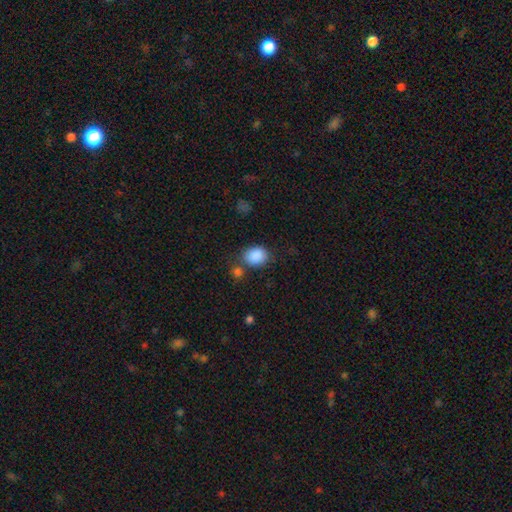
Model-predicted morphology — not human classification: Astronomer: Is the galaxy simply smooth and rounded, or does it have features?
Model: smooth — 88%.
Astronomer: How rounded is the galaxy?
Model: in between — 53% (runner-up: round, 46%).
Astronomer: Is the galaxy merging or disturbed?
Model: none — 66%.